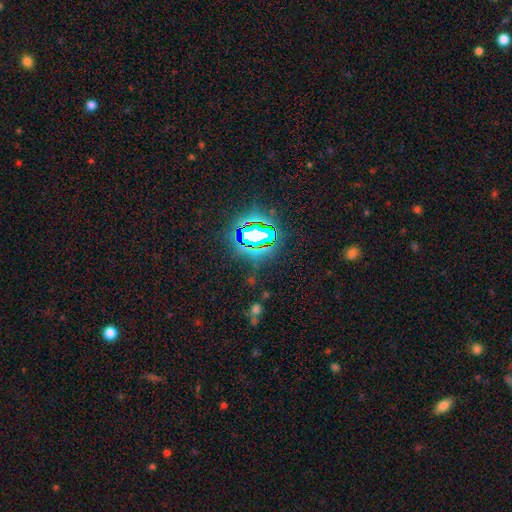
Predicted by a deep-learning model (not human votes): This is clearly a star or artifact rather than a galaxy (83%).